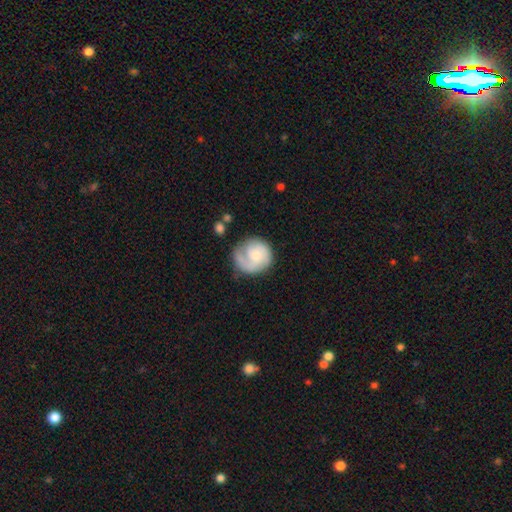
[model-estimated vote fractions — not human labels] This is possibly a featured or disk galaxy (59%). It is clearly not viewed edge-on (98%). Bar: likely no (71%). Spiral arm pattern: clearly yes (87%). Spiral arm count: marginally 1 (43%). Spiral winding: possibly tight (45%). Central bulge: possibly small (53%). Merging: possibly none (58%).